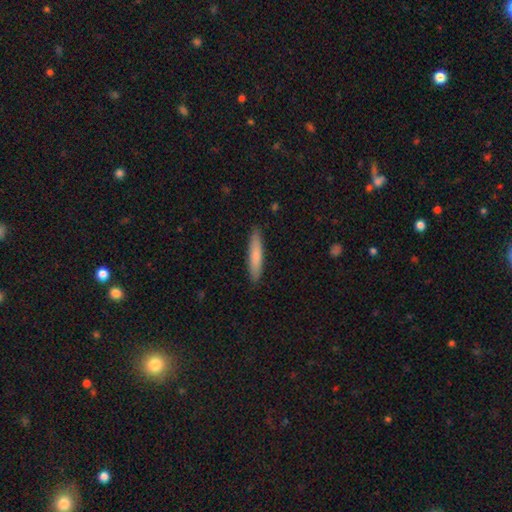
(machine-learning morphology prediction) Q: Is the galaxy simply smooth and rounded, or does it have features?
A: smooth — 78%.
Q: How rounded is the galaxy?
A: cigar-shaped — 90%.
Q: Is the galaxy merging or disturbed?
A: none — 90%.